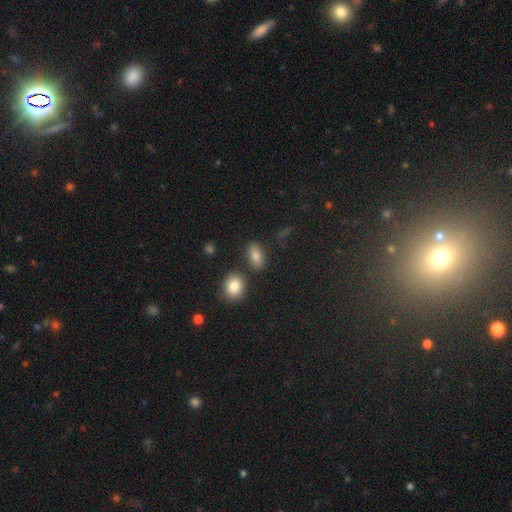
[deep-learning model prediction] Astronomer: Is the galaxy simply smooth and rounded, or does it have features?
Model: smooth — 81%.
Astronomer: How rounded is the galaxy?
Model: in between — 87%.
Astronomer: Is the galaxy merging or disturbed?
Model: none — 79%.